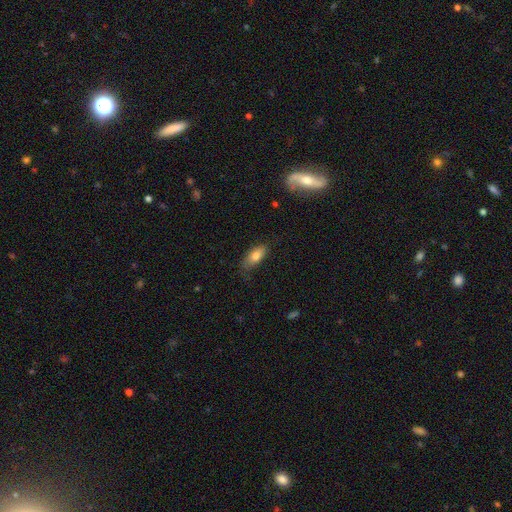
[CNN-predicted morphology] Q: Smooth or featured?
A: smooth (78%); runner-up: featured or disk (15%)
Q: How rounded?
A: in between (82%); runner-up: cigar-shaped (15%)
Q: Merging?
A: none (67%); runner-up: minor disturbance (25%)